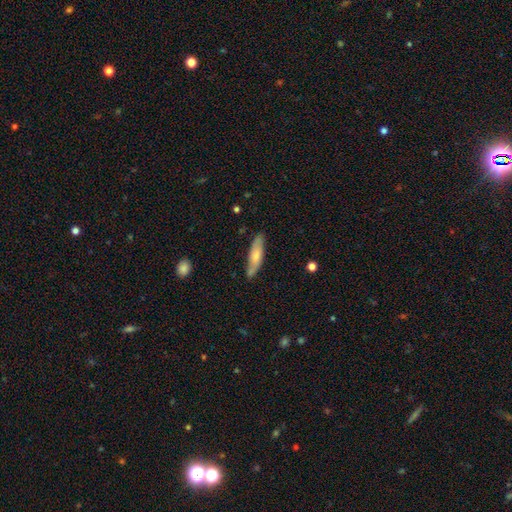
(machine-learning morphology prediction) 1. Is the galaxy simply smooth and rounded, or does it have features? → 61% smooth, 33% featured or disk, 6% star or artifact.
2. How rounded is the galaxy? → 63% cigar-shaped, 35% in between, 2% round.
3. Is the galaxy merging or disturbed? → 78% none, 17% minor disturbance, 3% major disturbance, 2% merger.